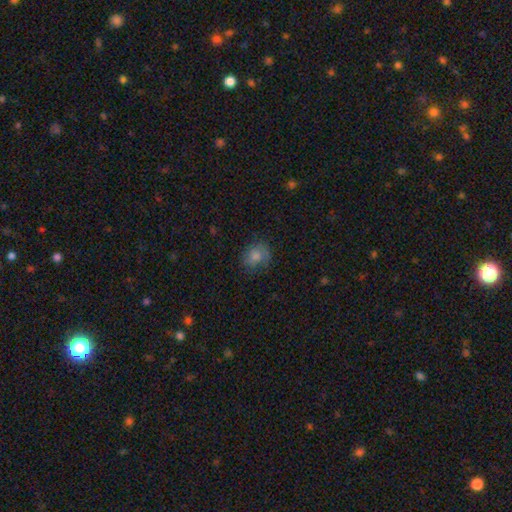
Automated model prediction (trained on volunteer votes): Smooth or featured? Predicted: smooth (p=0.68). How rounded? Predicted: round (p=0.64). Merging? Predicted: none (p=0.71).